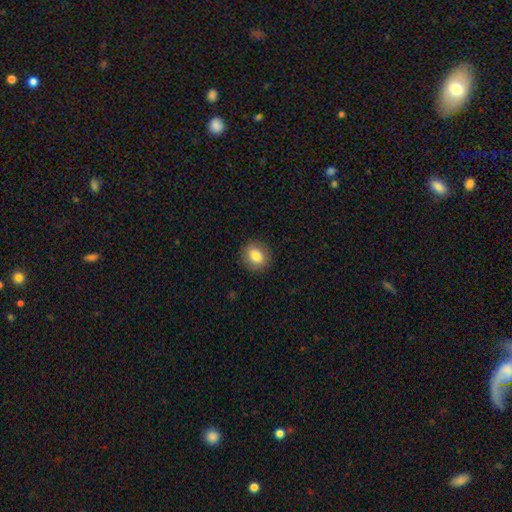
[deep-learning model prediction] Morphology: type=smooth (83%); roundness=round (64%); merging=none (89%).